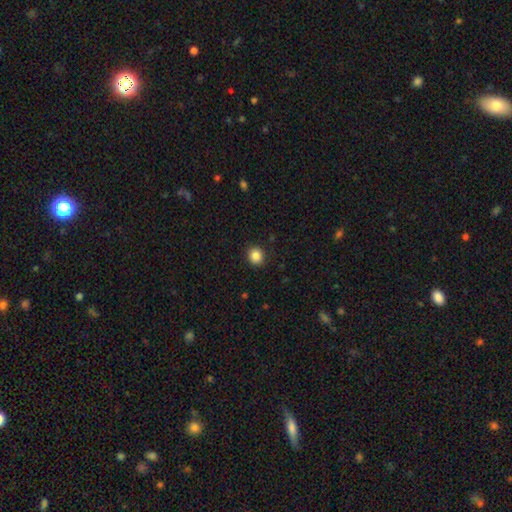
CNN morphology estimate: Smooth or featured: smooth — 86% (star or artifact — 10%)
How rounded: round — 82% (in between — 18%)
Merging: none — 91% (minor disturbance — 6%)